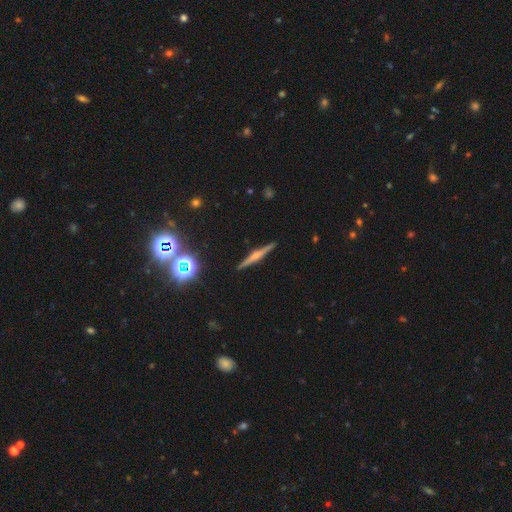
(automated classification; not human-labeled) featured or disk 71%, smooth 19%, star or artifact 10%. Down the decision tree: edge-on disk — yes (98%); edge-on bulge — rounded (73%); merging — none (92%).